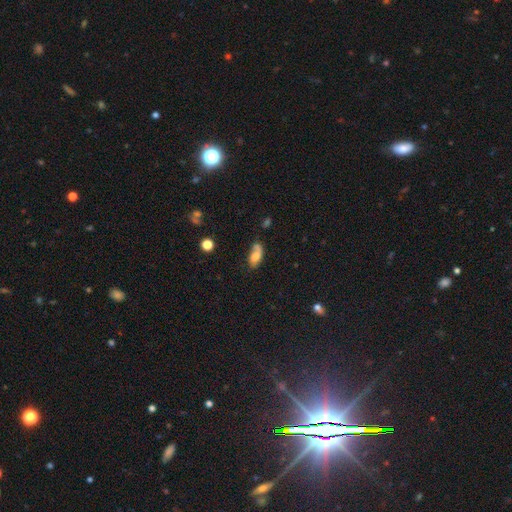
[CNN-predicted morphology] smooth_or_featured: smooth (p=0.62) [alt: featured or disk p=0.27]
how_rounded: in between (p=0.87) [alt: round p=0.07]
merging: none (p=0.42) [alt: minor disturbance p=0.28]